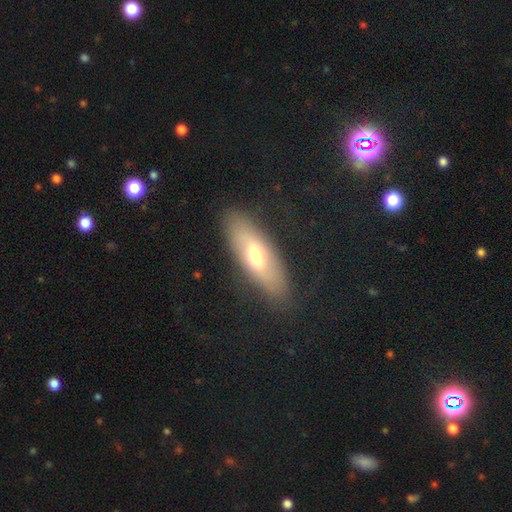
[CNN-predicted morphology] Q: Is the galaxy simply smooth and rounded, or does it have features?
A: smooth — 56%.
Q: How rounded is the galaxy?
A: in between — 71%.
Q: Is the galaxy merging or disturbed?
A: none — 82%.